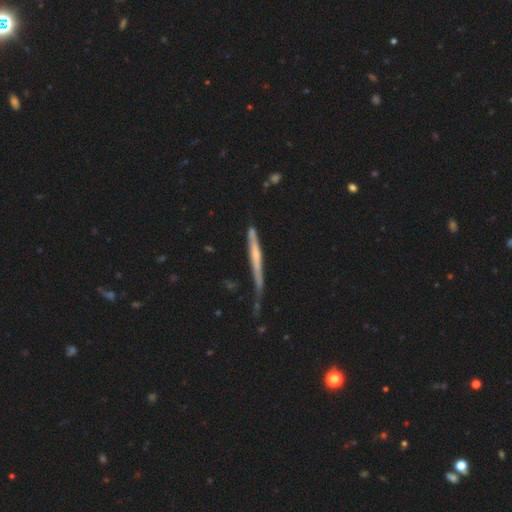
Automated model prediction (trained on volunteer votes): Morphology: type=featured or disk (57%); edge-on=yes (92%); edge-on bulge=none (61%); merging=none (49%).